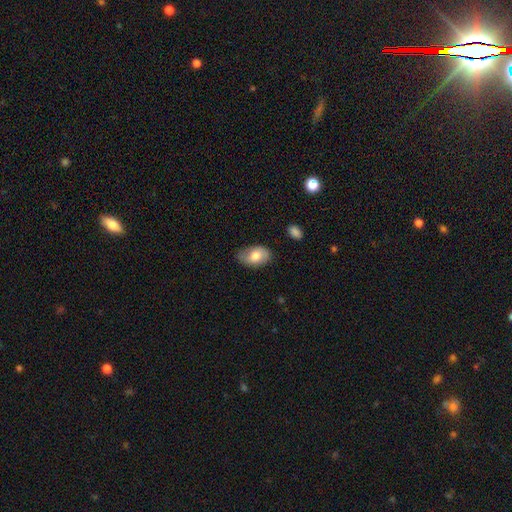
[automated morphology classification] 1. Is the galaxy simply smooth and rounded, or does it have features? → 74% smooth, 20% featured or disk, 7% star or artifact.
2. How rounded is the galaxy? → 90% in between, 9% round, 1% cigar-shaped.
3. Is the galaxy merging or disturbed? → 68% none, 26% minor disturbance, 5% major disturbance, 2% merger.